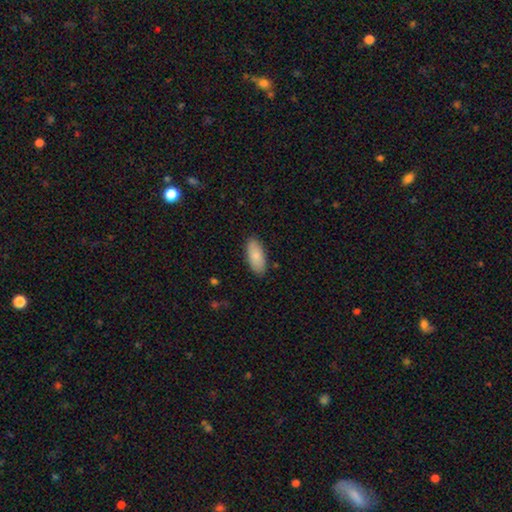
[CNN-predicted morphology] smooth-or-featured: smooth: 85% | featured or disk: 10% | star or artifact: 6%
  how-rounded: in between: 86% | cigar-shaped: 12% | round: 2%
  merging: none: 86% | minor disturbance: 11% | major disturbance: 2% | merger: 1%